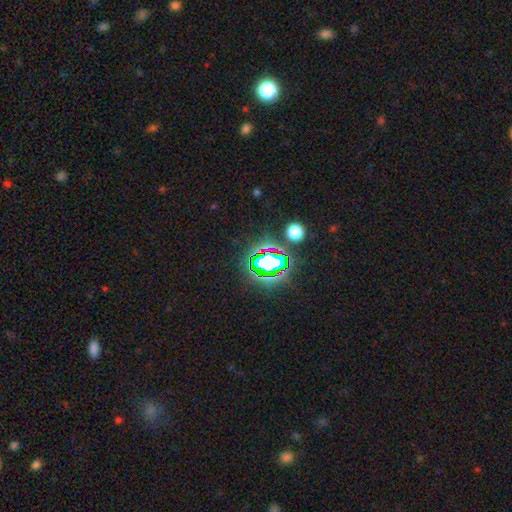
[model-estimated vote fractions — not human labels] smooth_or_featured: star or artifact (p=0.74) [alt: smooth p=0.15]